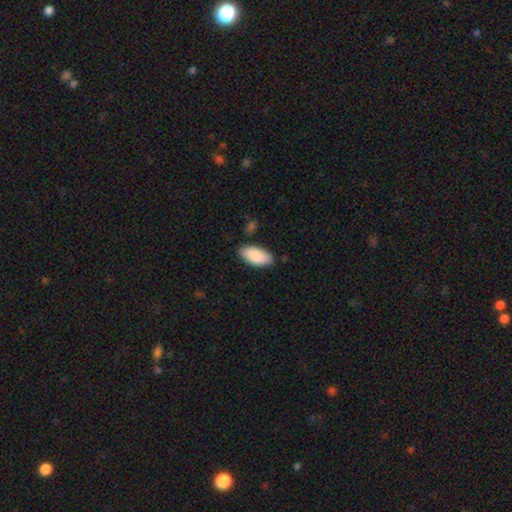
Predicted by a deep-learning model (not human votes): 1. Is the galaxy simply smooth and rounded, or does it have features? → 88% smooth, 6% featured or disk, 6% star or artifact.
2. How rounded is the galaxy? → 93% in between, 5% cigar-shaped, 2% round.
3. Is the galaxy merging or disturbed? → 82% none, 13% minor disturbance, 3% major disturbance, 2% merger.